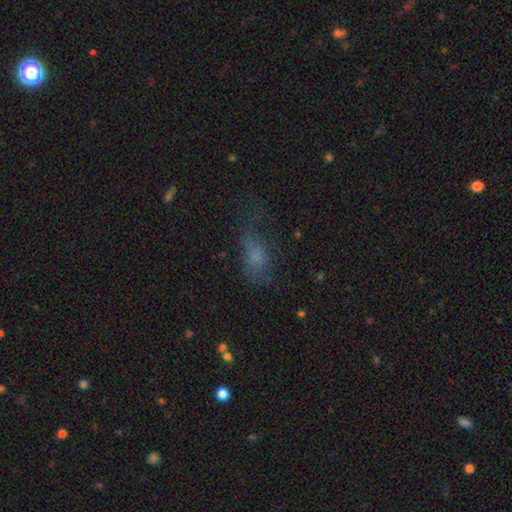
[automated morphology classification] A smooth galaxy with no disk features (59%) that is in between round and cigar-shaped (75%). Merging: major disturbance (40%).